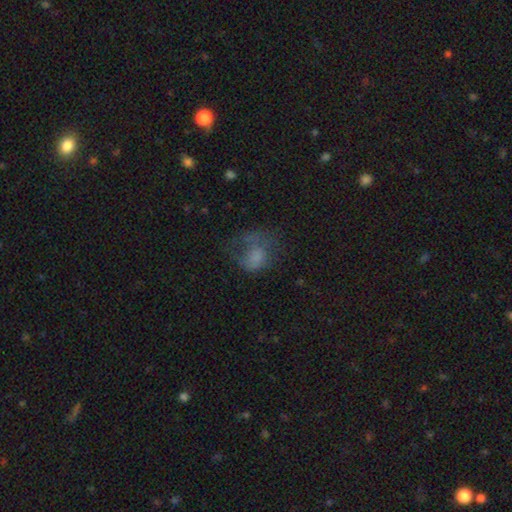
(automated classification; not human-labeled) Smooth or featured? Predicted: smooth (p=0.58). How rounded? Predicted: in between (p=0.58). Merging? Predicted: major disturbance (p=0.48).